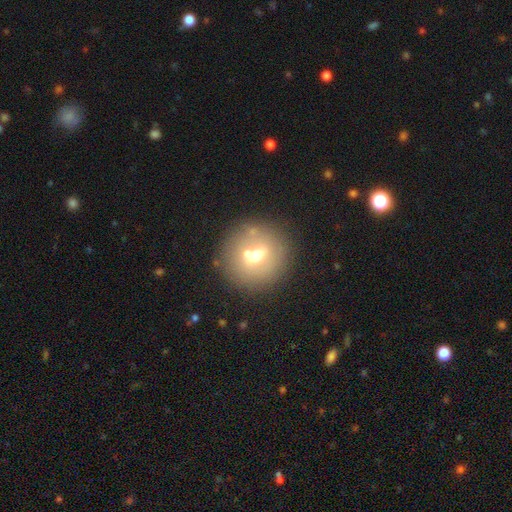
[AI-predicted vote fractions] Smooth or featured? Predicted: smooth (p=0.54). How rounded? Predicted: round (p=0.91). Merging? Predicted: none (p=0.71).